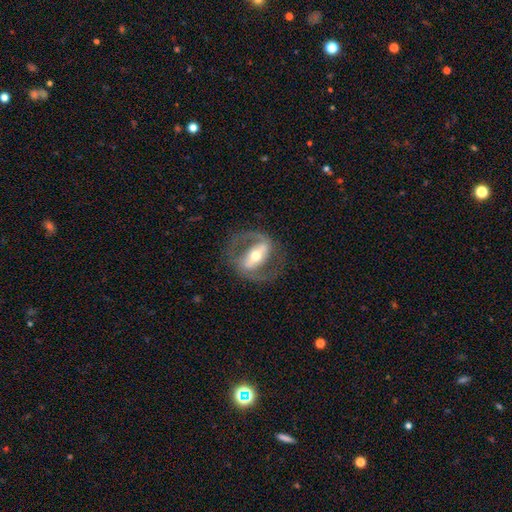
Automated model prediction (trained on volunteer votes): A featured or disk galaxy (84%) with a strong bar (64%), 2 (87%) medium (55%) spiral arms (82%) and a moderate central bulge (64%). Merging: none (74%).